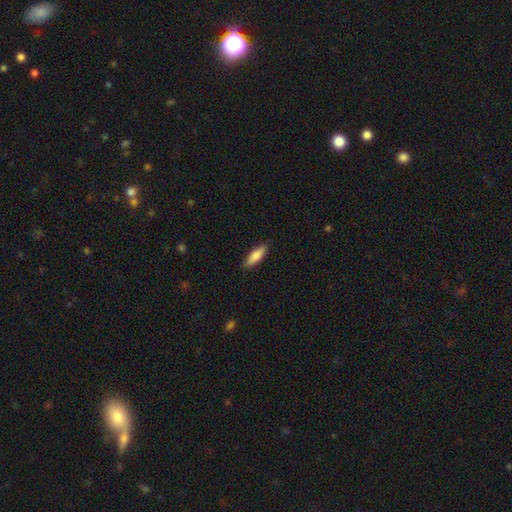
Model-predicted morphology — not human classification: A smooth galaxy with no disk features (81%) that is cigar-shaped (54%). Merging: none (87%).